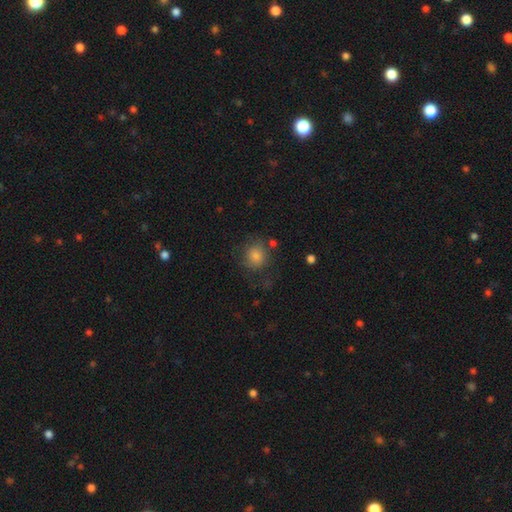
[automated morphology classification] smooth-or-featured: smooth: 76% | star or artifact: 12% | featured or disk: 12%
  how-rounded: round: 85% | in between: 14% | cigar-shaped: 1%
  merging: none: 68% | minor disturbance: 18% | major disturbance: 10% | merger: 4%